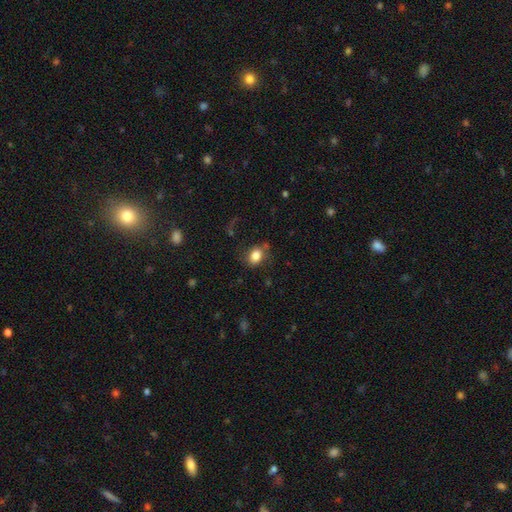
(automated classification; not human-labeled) This appears to be a smooth galaxy with no disk features (83%) that is in between round and cigar-shaped (60%). Merging: none (72%).